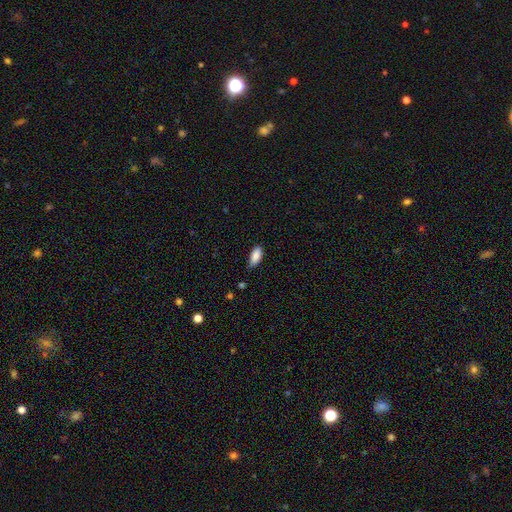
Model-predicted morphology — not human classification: Q: Smooth or featured?
A: smooth (88%); runner-up: star or artifact (7%)
Q: How rounded?
A: in between (88%); runner-up: cigar-shaped (9%)
Q: Merging?
A: none (69%); runner-up: minor disturbance (26%)